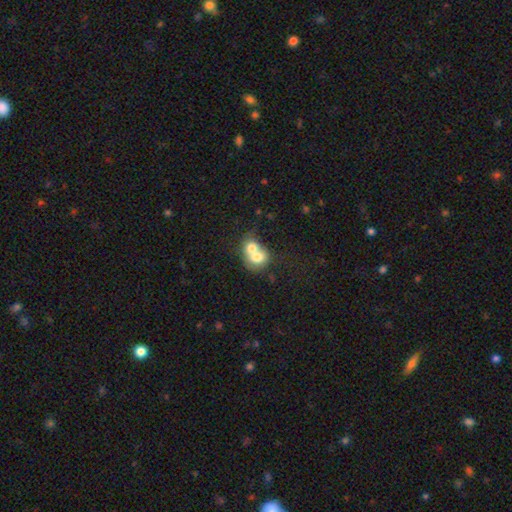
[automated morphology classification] The model was most divided on "how rounded": round: 64%, in between: 35%, cigar-shaped: 1%. More confident: merging — merger (77%); smooth or featured — smooth (69%).